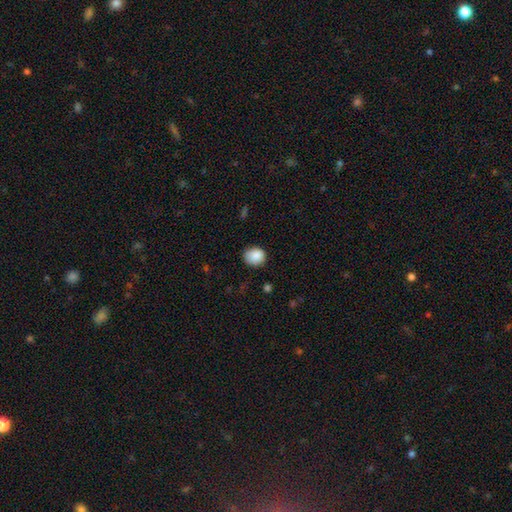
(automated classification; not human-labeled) A smooth galaxy with no disk features (88%) that is round (69%). Merging: none (78%).